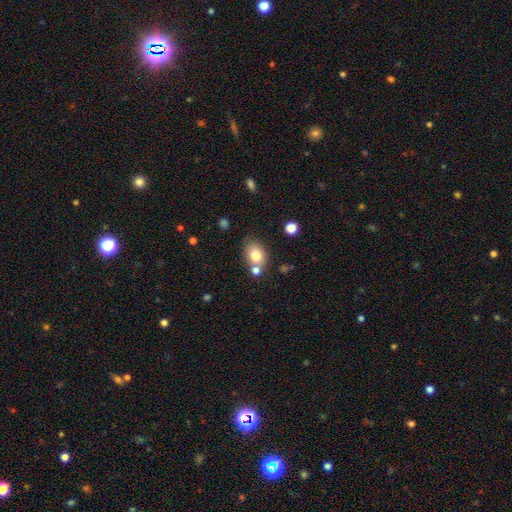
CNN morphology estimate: smooth_or_featured: smooth (p=0.77) [alt: featured or disk p=0.13]
how_rounded: in between (p=0.68) [alt: round p=0.31]
merging: none (p=0.63) [alt: merger p=0.19]